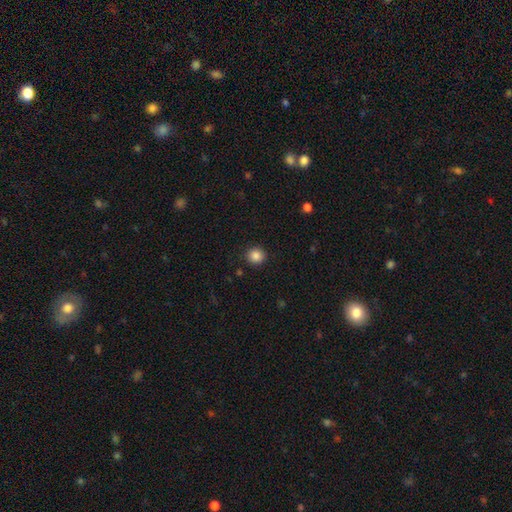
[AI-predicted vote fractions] This appears to be a smooth galaxy with no disk features (87%) that is round (91%). Merging: none (90%).